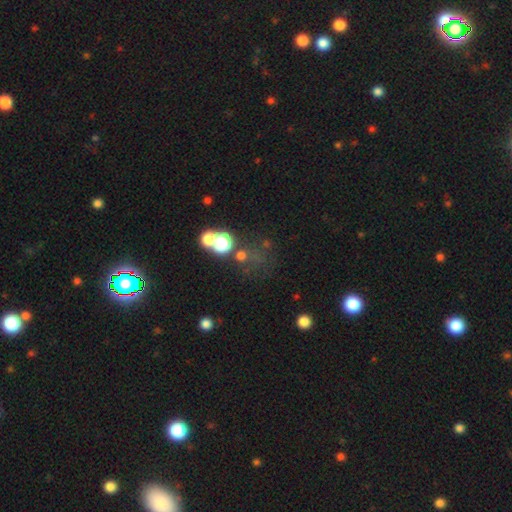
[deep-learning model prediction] This appears to be a star or artifact, not a galaxy (52%).